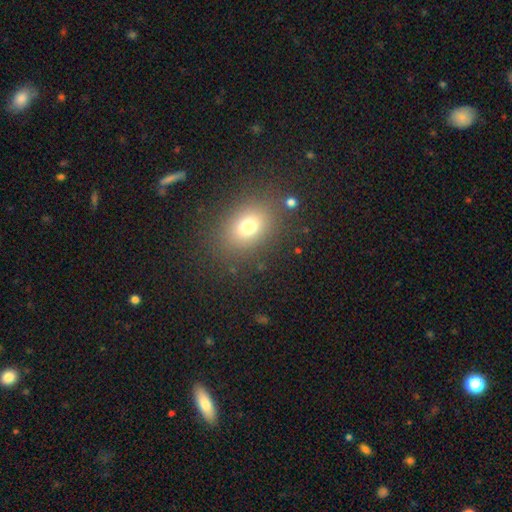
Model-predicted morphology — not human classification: Smooth or featured? smooth (68%)
How rounded? in between (56%)
Merging? none (88%)